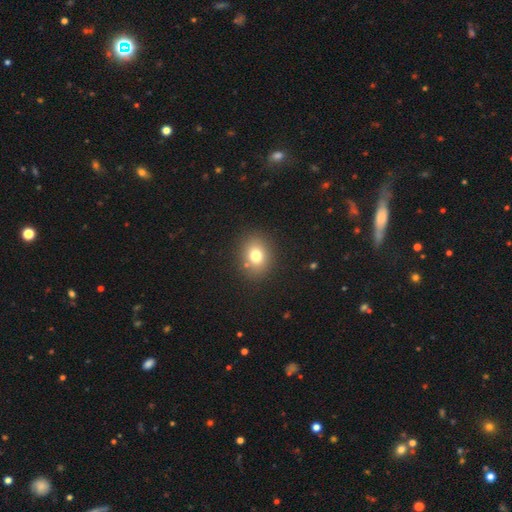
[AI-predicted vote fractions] A smooth galaxy with no disk features (76%) that is round (60%).

Vote fractions:
- Smooth or featured? smooth: 76% / star or artifact: 13% / featured or disk: 11%
- How rounded? round: 60% / in between: 40% / cigar-shaped: 1%
- Merging? none: 85% / minor disturbance: 8% / major disturbance: 3% / merger: 3%